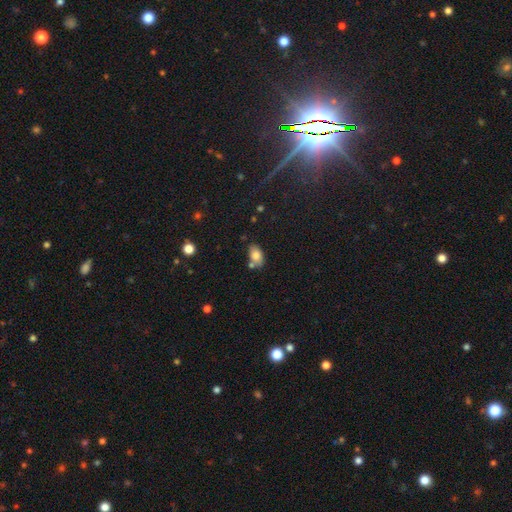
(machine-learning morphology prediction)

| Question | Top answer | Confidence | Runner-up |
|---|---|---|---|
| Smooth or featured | smooth | 80% | featured or disk (11%) |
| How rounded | in between | 89% | round (10%) |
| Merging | none | 64% | merger (16%) |